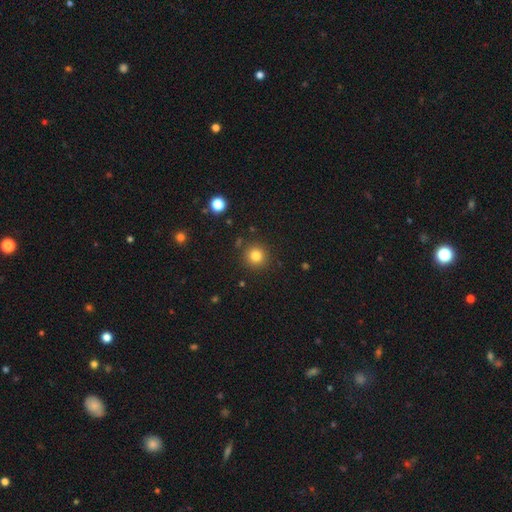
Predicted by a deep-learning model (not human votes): Smooth or featured? Predicted: smooth (p=0.81). How rounded? Predicted: round (p=0.94). Merging? Predicted: none (p=0.89).